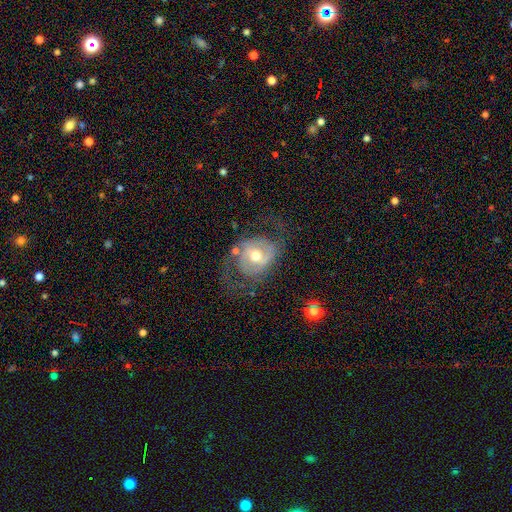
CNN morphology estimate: This appears to be a featured or disk galaxy (77%) with no bar (44%), 2 (79%) medium (47%) spiral arms (84%) and a moderate central bulge (70%). Merging: none (54%).